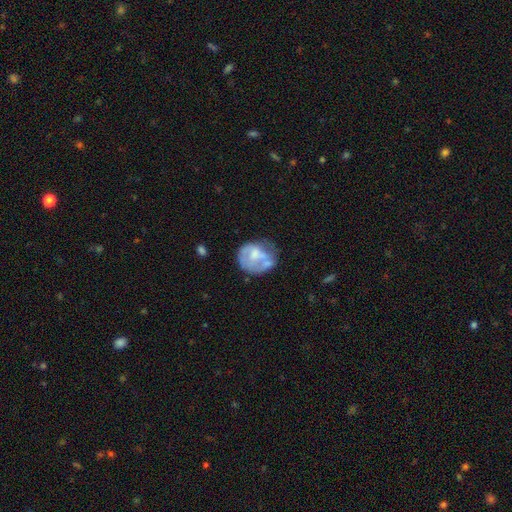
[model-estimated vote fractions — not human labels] Smooth or featured?
  - featured or disk: 47% *
  - smooth: 45%
  - star or artifact: 8%
Merging?
  - none: 39% *
  - minor disturbance: 27%
  - major disturbance: 22%
  - merger: 13%